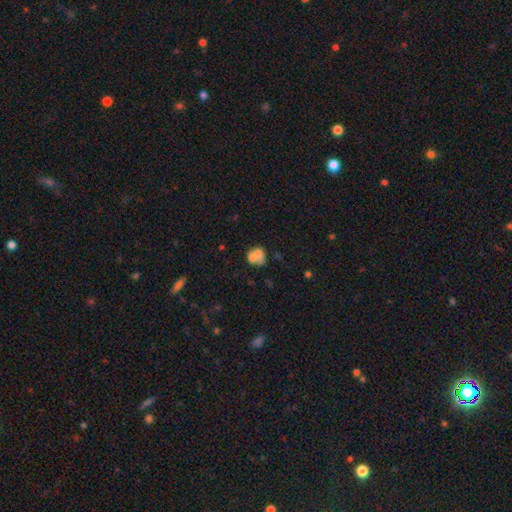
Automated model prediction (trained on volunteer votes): Smooth or featured?
  - smooth: 66% *
  - featured or disk: 23%
  - star or artifact: 11%
How rounded?
  - round: 57% *
  - in between: 41%
  - cigar-shaped: 1%
Merging?
  - merger: 46% *
  - none: 29%
  - minor disturbance: 15%
  - major disturbance: 11%